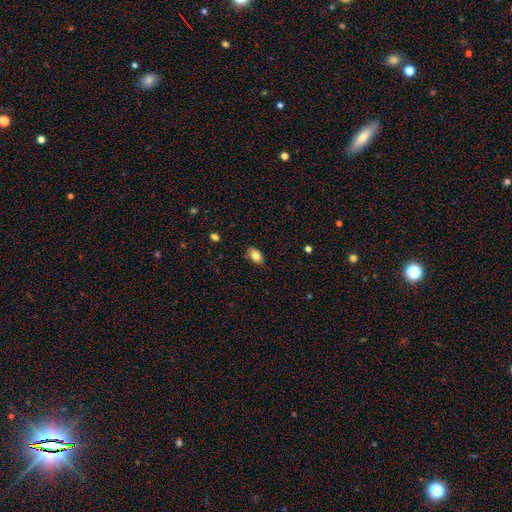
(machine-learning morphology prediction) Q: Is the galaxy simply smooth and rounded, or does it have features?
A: smooth — 81%.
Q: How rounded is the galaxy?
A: in between — 89%.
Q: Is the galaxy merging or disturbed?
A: none — 80%.